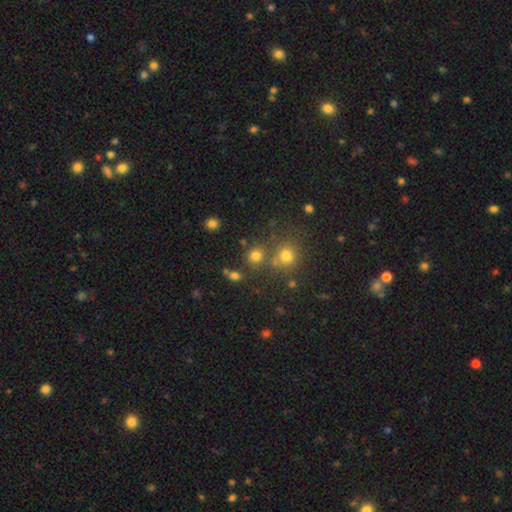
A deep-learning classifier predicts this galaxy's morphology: smooth_or_featured: smooth (p=0.75) [alt: star or artifact p=0.18]
how_rounded: round (p=0.87) [alt: in between p=0.12]
merging: none (p=0.71) [alt: merger p=0.16]